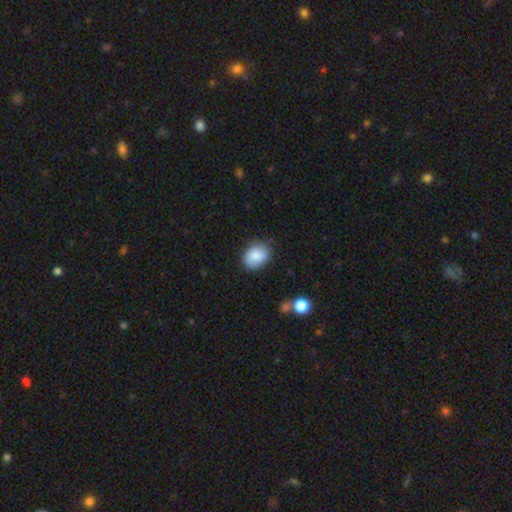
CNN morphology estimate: Smooth or featured? smooth (83%)
How rounded? in between (55%)
Merging? none (75%)